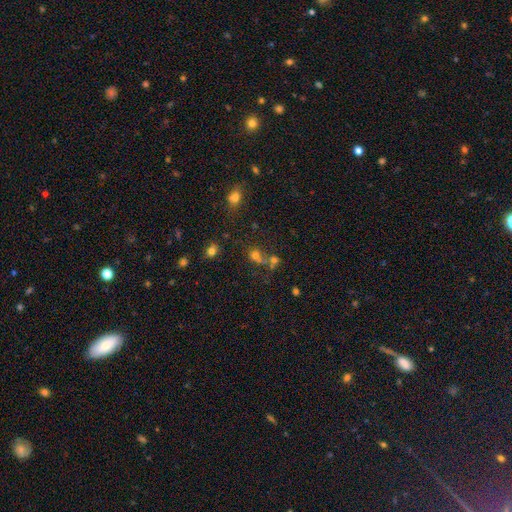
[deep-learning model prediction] smooth 61%, star or artifact 25%, featured or disk 14%. Down the decision tree: how rounded — round (78%); merging — merger (44%).